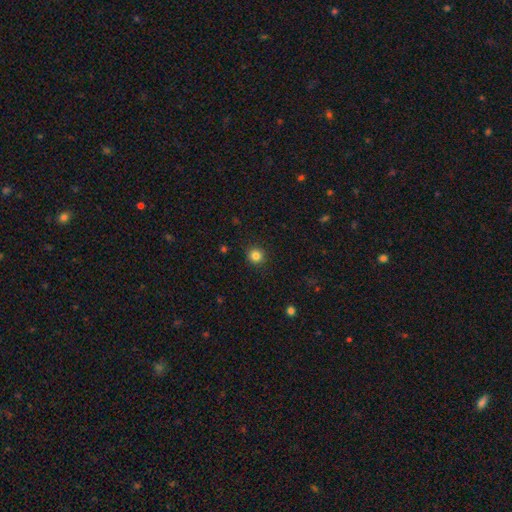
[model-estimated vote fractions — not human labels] smooth-or-featured: smooth: 84% | star or artifact: 12% | featured or disk: 5%
  how-rounded: round: 94% | in between: 5% | cigar-shaped: 1%
  merging: none: 91% | minor disturbance: 6% | major disturbance: 2% | merger: 1%